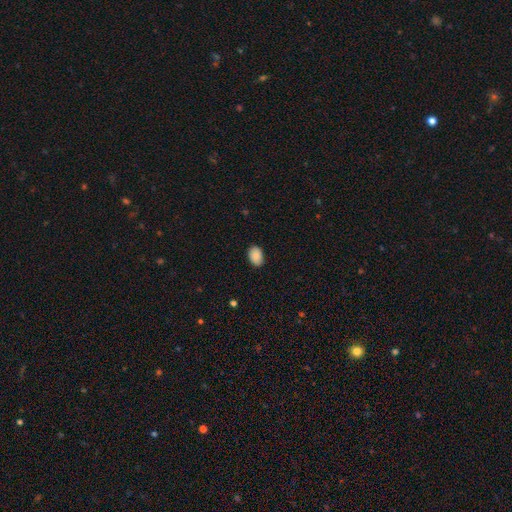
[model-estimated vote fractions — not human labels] smooth_or_featured: smooth (p=0.88) [alt: star or artifact p=0.07]
how_rounded: in between (p=0.82) [alt: round p=0.17]
merging: none (p=0.86) [alt: minor disturbance p=0.11]